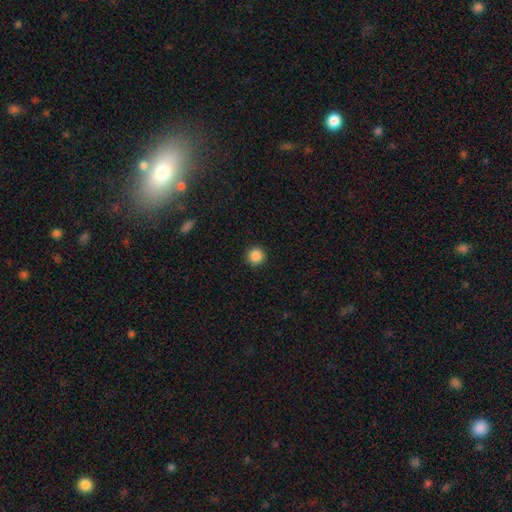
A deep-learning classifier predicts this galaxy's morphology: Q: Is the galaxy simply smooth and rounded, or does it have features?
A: smooth — 87%.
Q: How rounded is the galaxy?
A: round — 95%.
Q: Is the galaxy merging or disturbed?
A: none — 92%.